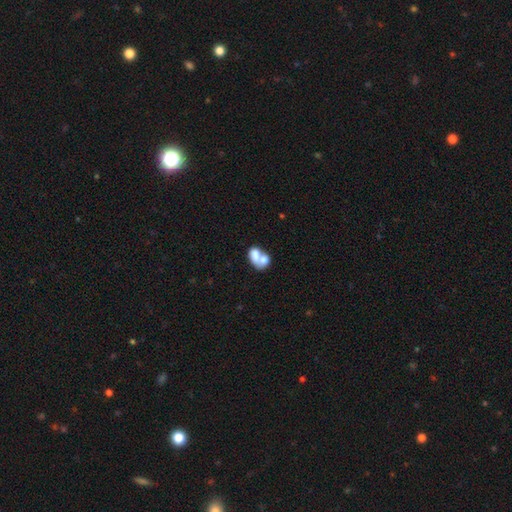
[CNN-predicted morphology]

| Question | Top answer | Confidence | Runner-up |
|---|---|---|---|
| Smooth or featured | smooth | 66% | featured or disk (24%) |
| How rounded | in between | 76% | round (23%) |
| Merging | merger | 68% | none (19%) |